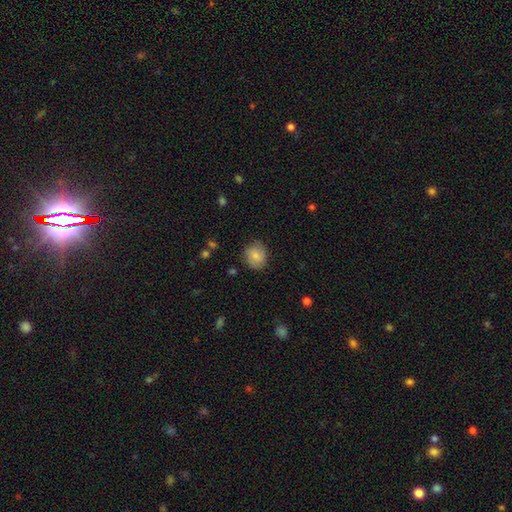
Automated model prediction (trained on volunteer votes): smooth 77%, featured or disk 16%, star or artifact 8%. Down the decision tree: how rounded — round (72%); merging — none (79%).